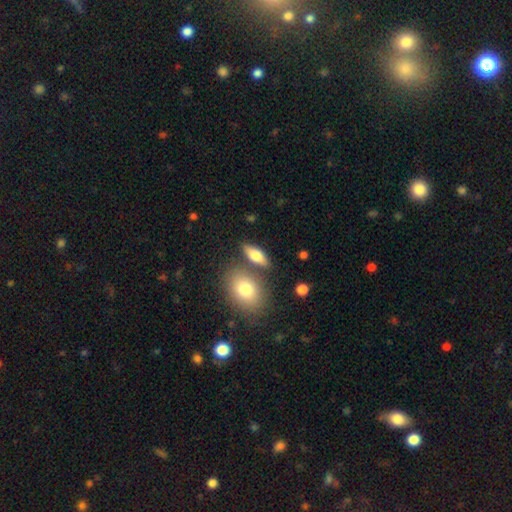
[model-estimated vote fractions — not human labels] smooth 68%, featured or disk 24%, star or artifact 7%. Down the decision tree: how rounded — in between (73%); merging — none (72%).